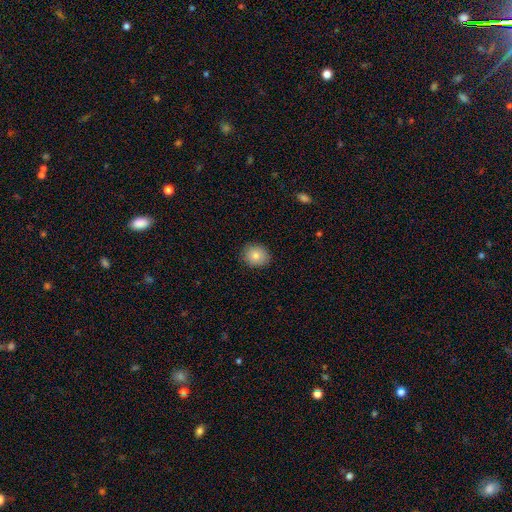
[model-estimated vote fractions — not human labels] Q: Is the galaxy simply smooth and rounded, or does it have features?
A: smooth — 83%.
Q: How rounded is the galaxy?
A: round — 72%.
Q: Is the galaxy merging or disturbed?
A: none — 87%.